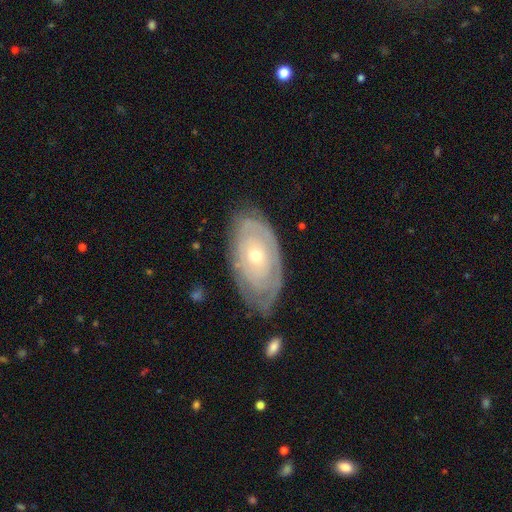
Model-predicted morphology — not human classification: The model was most divided on "bulge size": small: 56%, moderate: 41%, large: 2%, dominant: 1%, none: 1%. More confident: edge-on disk — no (92%); bar — no (87%); smooth or featured — featured or disk (71%); merging — none (68%); spiral arms — yes (62%).